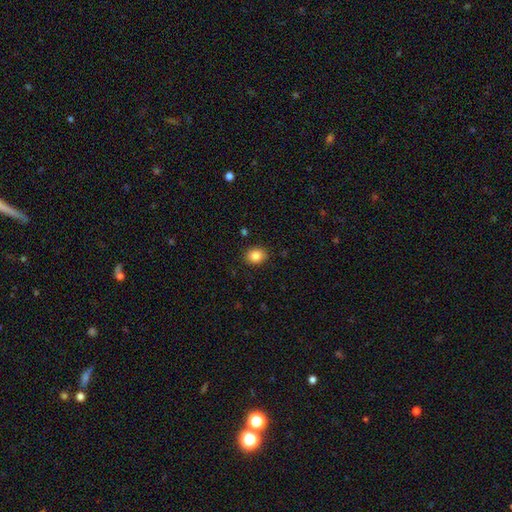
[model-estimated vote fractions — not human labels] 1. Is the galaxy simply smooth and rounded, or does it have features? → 85% smooth, 9% star or artifact, 6% featured or disk.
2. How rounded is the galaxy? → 51% round, 48% in between, 1% cigar-shaped.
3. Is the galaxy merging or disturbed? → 89% none, 8% minor disturbance, 2% major disturbance, 1% merger.